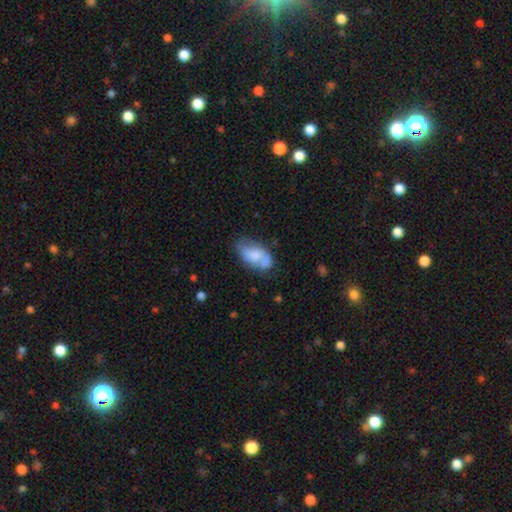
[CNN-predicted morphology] This is likely a smooth galaxy (60%). How rounded: clearly in between (92%). Merging: possibly none (49%).